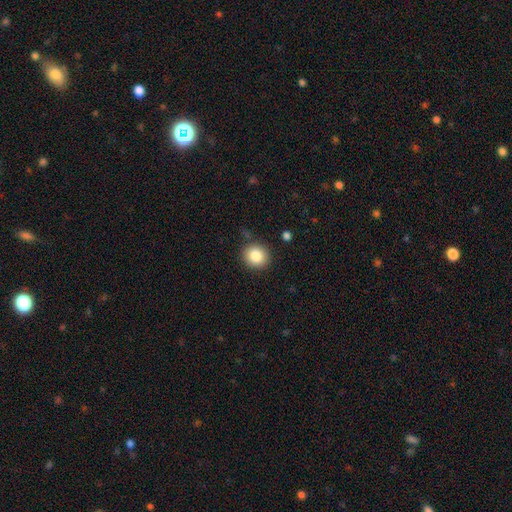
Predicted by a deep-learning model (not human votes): Overall: smooth (85%). How rounded: round (87%). Merging: none (87%).